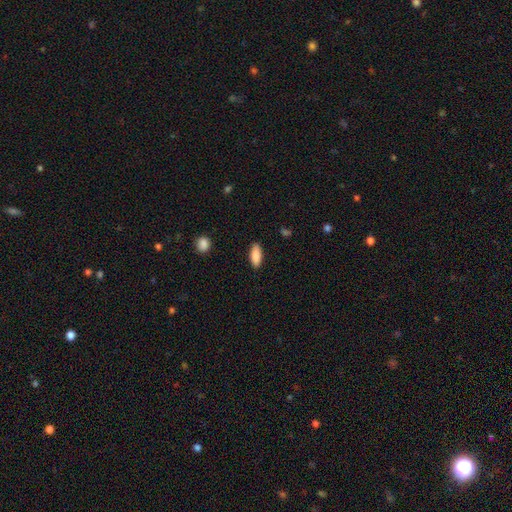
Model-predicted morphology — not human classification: This is clearly a smooth galaxy (88%). How rounded: likely in between (75%). Merging: clearly none (88%).